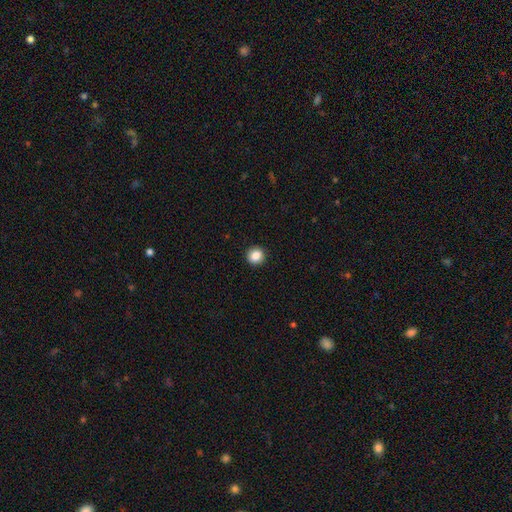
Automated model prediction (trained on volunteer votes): Overall: smooth (85%). How rounded: round (92%). Merging: none (93%).